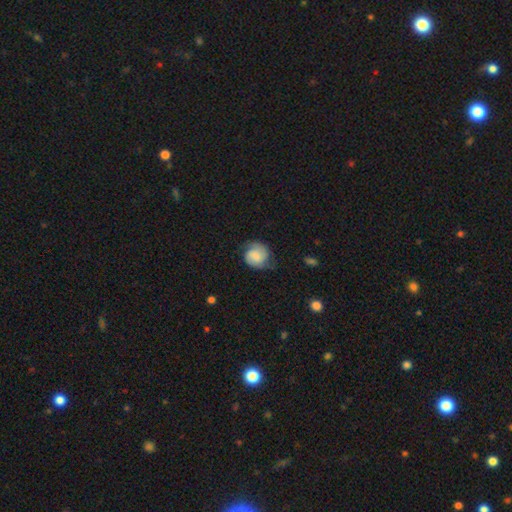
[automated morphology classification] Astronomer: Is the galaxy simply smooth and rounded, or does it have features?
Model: smooth — 48% (runner-up: featured or disk, 44%).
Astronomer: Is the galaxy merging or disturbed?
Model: none — 60%.